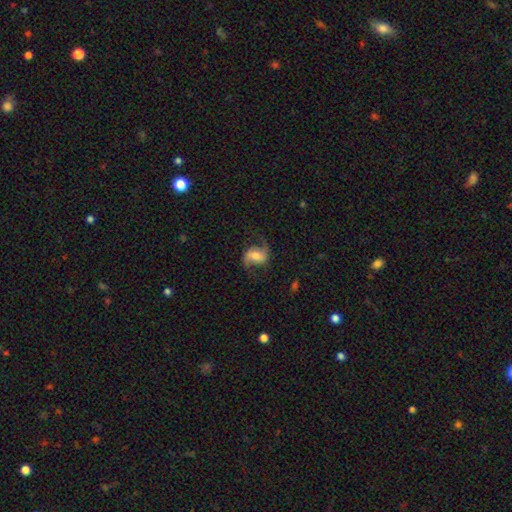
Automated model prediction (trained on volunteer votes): smooth-or-featured: featured or disk: 71% | smooth: 21% | star or artifact: 8%
  disk-edge-on: no: 97% | yes: 3%
    bar: weak: 43% | no: 32% | strong: 25%
    has-spiral-arms: yes: 93% | no: 7%
      spiral-winding: loose: 60% | medium: 33% | tight: 7%
      spiral-arm-count: 2: 89% | 1: 4% | can't tell: 3% | 3: 1% | 4: 1% | more than 4: 1%
    bulge-size: moderate: 51% | small: 26% | large: 15% | none: 6% | dominant: 3%
  merging: none: 68% | minor disturbance: 17% | major disturbance: 13% | merger: 1%